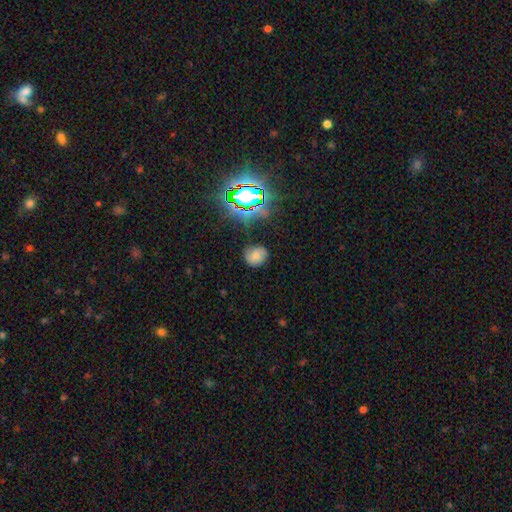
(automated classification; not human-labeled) Smooth or featured?
  - smooth: 65% *
  - star or artifact: 19%
  - featured or disk: 16%
How rounded?
  - round: 64% *
  - in between: 35%
  - cigar-shaped: 1%
Merging?
  - none: 74% *
  - minor disturbance: 18%
  - major disturbance: 5%
  - merger: 2%